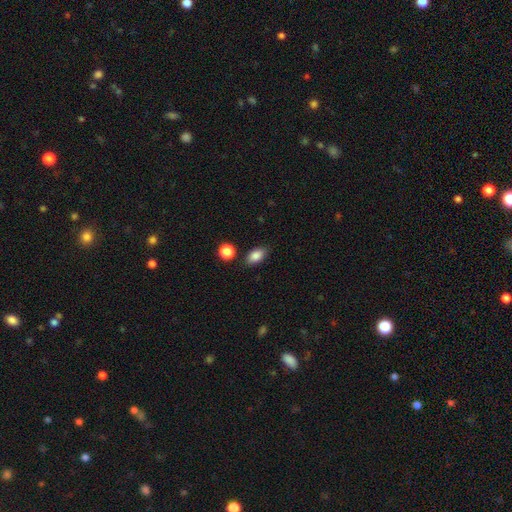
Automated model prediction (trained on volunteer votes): Smooth or featured? smooth (85%)
How rounded? in between (88%)
Merging? none (83%)